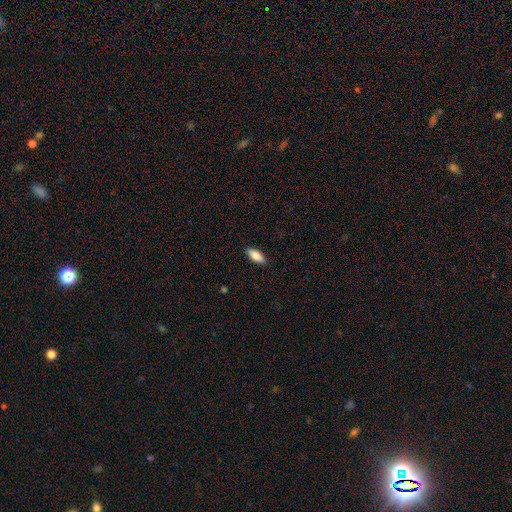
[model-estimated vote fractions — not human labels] Q: Smooth or featured?
A: smooth (83%); runner-up: featured or disk (10%)
Q: How rounded?
A: in between (83%); runner-up: cigar-shaped (15%)
Q: Merging?
A: none (89%); runner-up: minor disturbance (9%)